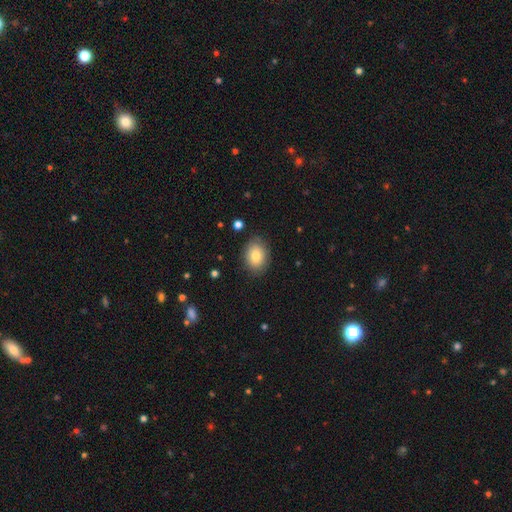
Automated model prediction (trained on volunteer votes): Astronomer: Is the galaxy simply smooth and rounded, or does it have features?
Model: smooth — 81%.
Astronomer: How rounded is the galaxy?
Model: in between — 70%.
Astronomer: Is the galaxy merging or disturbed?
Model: none — 83%.